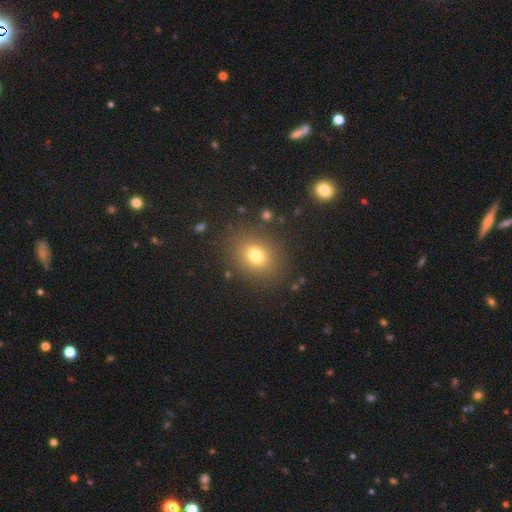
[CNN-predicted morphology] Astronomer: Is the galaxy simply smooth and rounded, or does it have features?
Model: smooth — 75%.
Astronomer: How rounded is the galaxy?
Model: round — 51% (runner-up: in between, 48%).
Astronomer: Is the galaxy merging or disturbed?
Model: none — 85%.